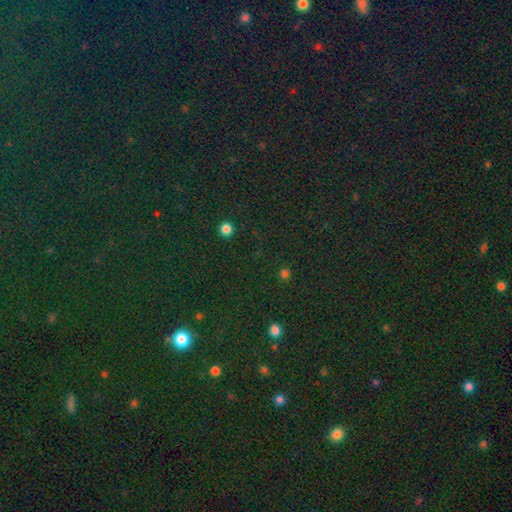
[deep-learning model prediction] star or artifact 75%, smooth 18%, featured or disk 8%.